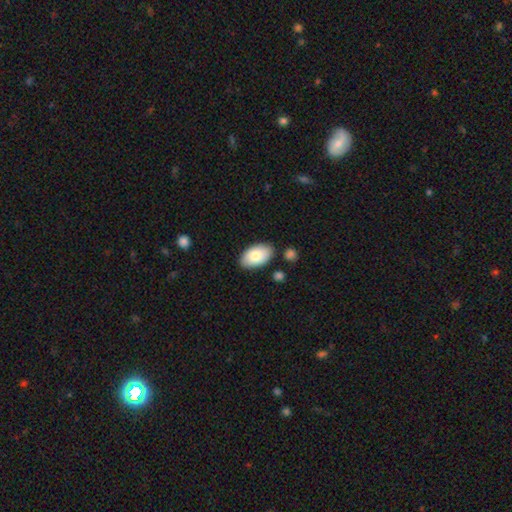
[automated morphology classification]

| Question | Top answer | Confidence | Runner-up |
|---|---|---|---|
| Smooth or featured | smooth | 83% | featured or disk (11%) |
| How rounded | in between | 95% | round (4%) |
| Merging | none | 84% | minor disturbance (11%) |